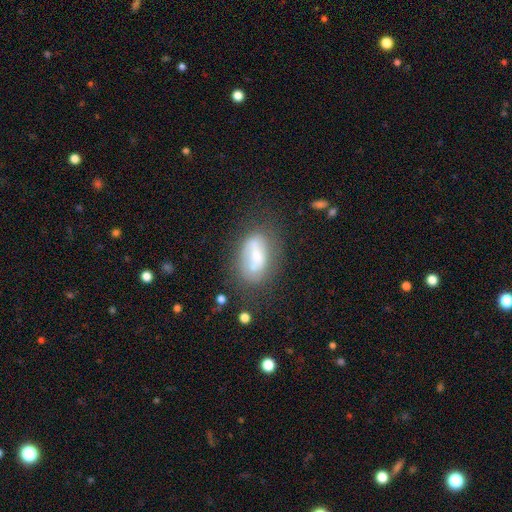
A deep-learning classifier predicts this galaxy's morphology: Overall: smooth (46%; featured or disk 45%). Merging: none (57%; minor disturbance 23%).